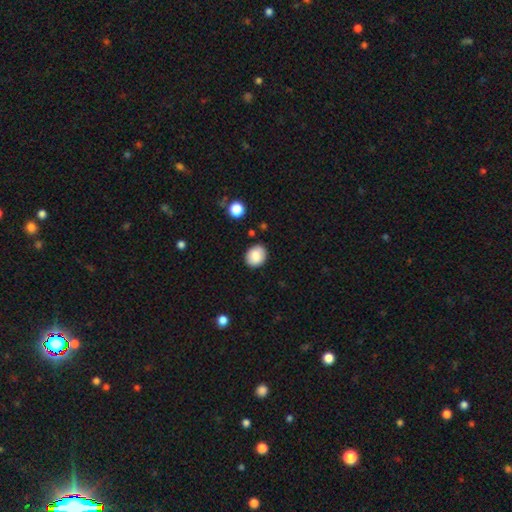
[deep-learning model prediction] A smooth galaxy with no disk features (85%) that is round (59%). Merging: none (86%).